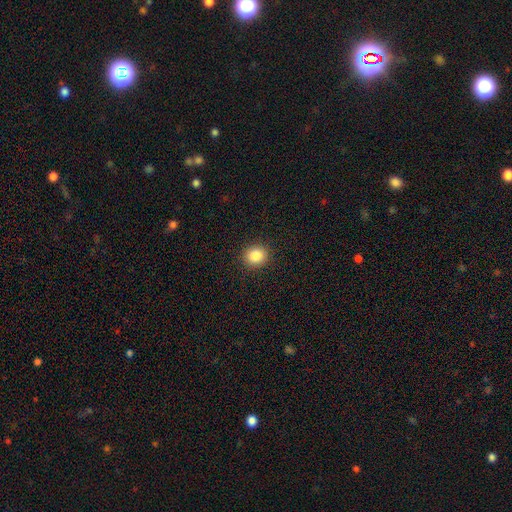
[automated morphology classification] smooth_or_featured: smooth (p=0.84) [alt: star or artifact p=0.10]
how_rounded: round (p=0.84) [alt: in between p=0.15]
merging: none (p=0.91) [alt: minor disturbance p=0.06]